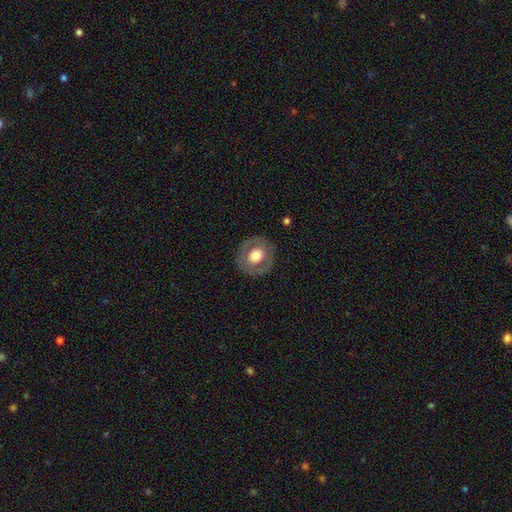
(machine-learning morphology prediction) Smooth or featured: smooth — 55% (featured or disk — 38%)
How rounded: round — 87% (in between — 12%)
Merging: none — 85% (minor disturbance — 9%)